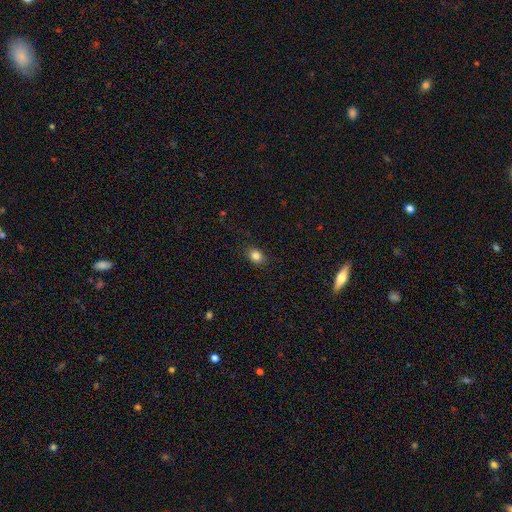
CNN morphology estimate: A smooth galaxy with no disk features (84%) that is in between round and cigar-shaped (53%).

Vote fractions:
- Smooth or featured? smooth: 84% / star or artifact: 11% / featured or disk: 5%
- How rounded? in between: 53% / round: 46% / cigar-shaped: 1%
- Merging? none: 88% / minor disturbance: 9% / major disturbance: 2% / merger: 1%